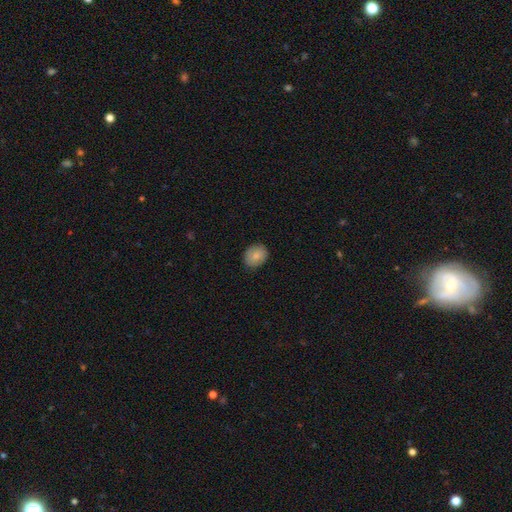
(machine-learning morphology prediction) Smooth or featured? smooth (83%)
How rounded? round (51%)
Merging? none (86%)